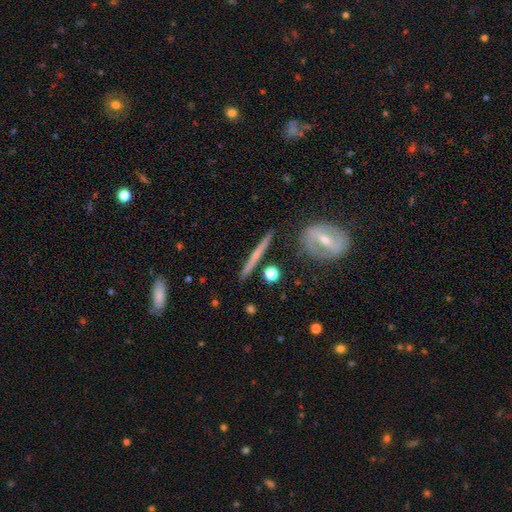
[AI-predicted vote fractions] Q: Smooth or featured?
A: featured or disk (62%); runner-up: smooth (30%)
Q: Edge-on disk?
A: yes (94%); runner-up: no (6%)
Q: Edge-on bulge?
A: none (56%); runner-up: rounded (36%)
Q: Merging?
A: none (88%); runner-up: minor disturbance (8%)